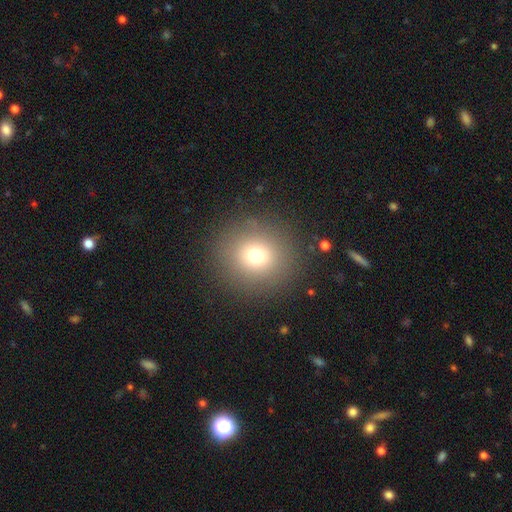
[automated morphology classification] The model was most divided on "smooth or featured": smooth: 73%, star or artifact: 17%, featured or disk: 11%. More confident: how rounded — round (93%); merging — none (89%).